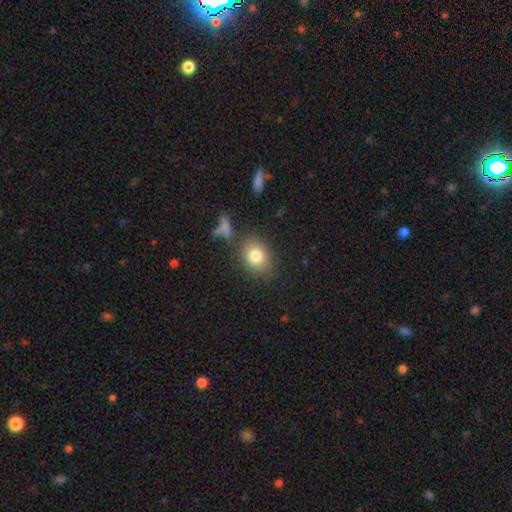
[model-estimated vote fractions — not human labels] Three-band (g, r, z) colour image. It shows a smooth galaxy with no disk features (79%) that is in between round and cigar-shaped (53%). Merging: none (76%).